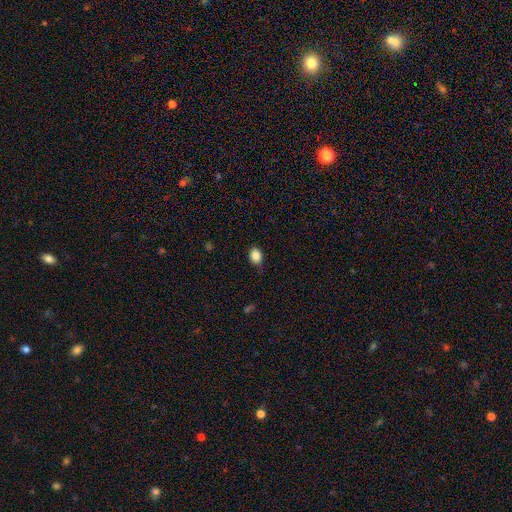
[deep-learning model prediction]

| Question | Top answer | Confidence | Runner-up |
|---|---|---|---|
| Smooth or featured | smooth | 87% | star or artifact (9%) |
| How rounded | in between | 70% | round (29%) |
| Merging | none | 80% | minor disturbance (16%) |